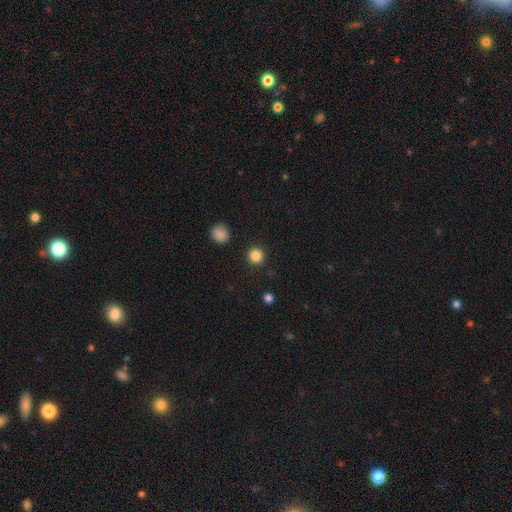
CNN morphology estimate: Smooth or featured? Predicted: smooth (p=0.85). How rounded? Predicted: round (p=0.94). Merging? Predicted: none (p=0.92).